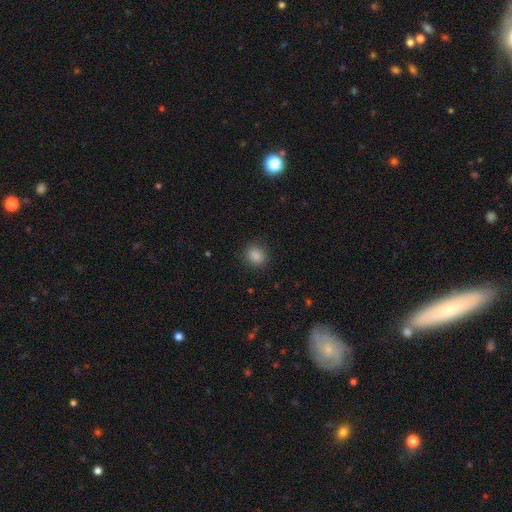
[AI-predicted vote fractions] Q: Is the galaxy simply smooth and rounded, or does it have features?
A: smooth — 86%.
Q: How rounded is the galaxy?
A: round — 74%.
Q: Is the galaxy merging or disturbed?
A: none — 89%.